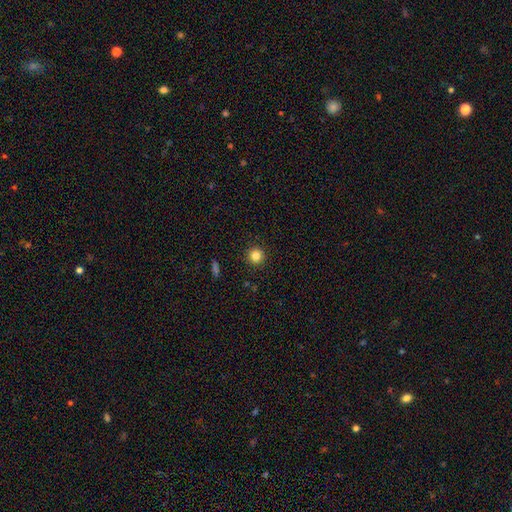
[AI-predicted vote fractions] Smooth or featured: smooth — 83% (star or artifact — 12%)
How rounded: round — 95% (in between — 4%)
Merging: none — 92% (minor disturbance — 5%)